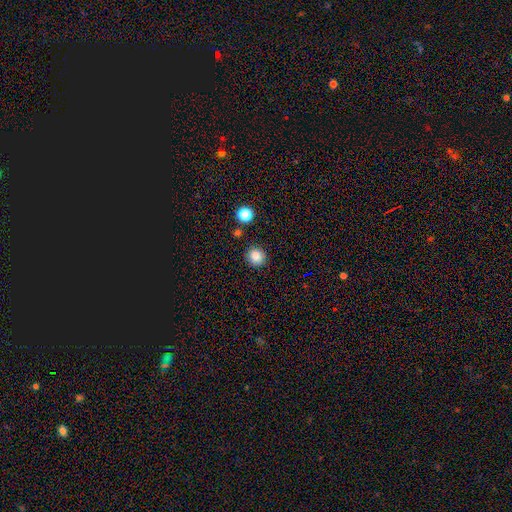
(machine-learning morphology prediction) A smooth galaxy with no disk features (84%) that is round (90%).

Vote fractions:
- Smooth or featured? smooth: 84% / star or artifact: 11% / featured or disk: 5%
- How rounded? round: 90% / in between: 9% / cigar-shaped: 1%
- Merging? none: 89% / minor disturbance: 6% / merger: 3% / major disturbance: 2%